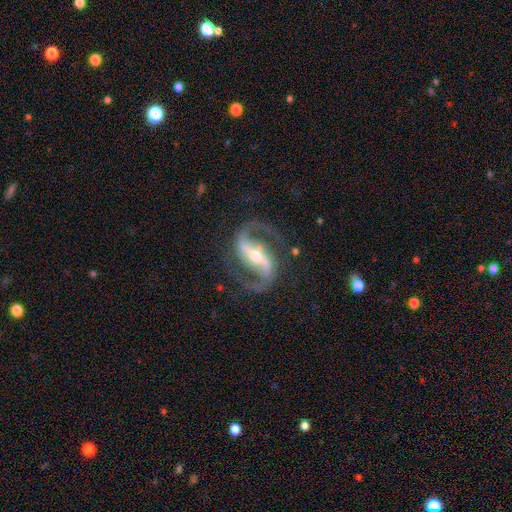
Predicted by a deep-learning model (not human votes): A featured or disk galaxy (93%) with a strong bar (62%), 2 (94%) medium (57%) spiral arms (98%) and a moderate central bulge (49%). Merging: none (82%).